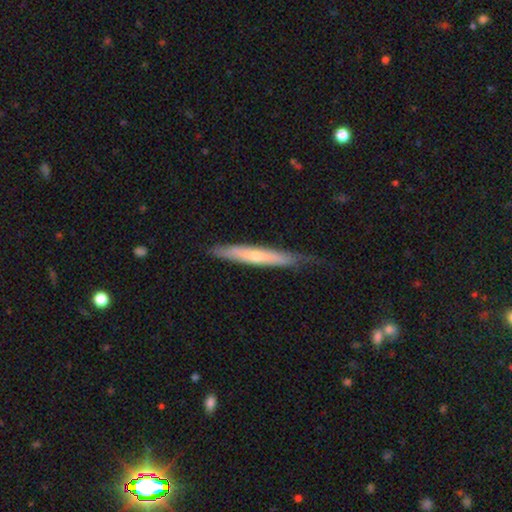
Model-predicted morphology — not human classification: Smooth or featured: smooth — 48% (featured or disk — 46%)
Merging: none — 70% (minor disturbance — 24%)